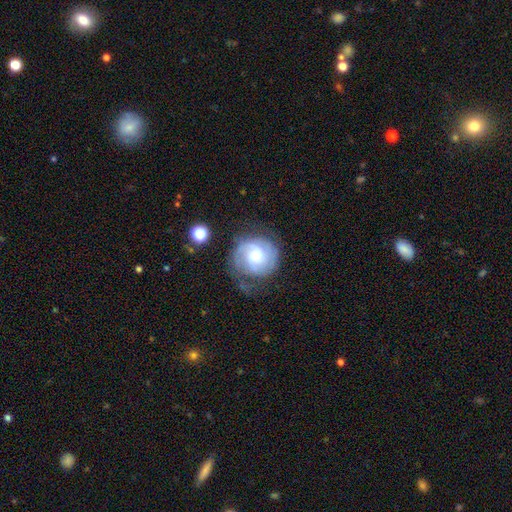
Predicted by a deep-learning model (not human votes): smooth-or-featured: featured or disk: 73% | smooth: 20% | star or artifact: 7%
  disk-edge-on: no: 98% | yes: 2%
    bar: no: 59% | weak: 35% | strong: 6%
    has-spiral-arms: yes: 93% | no: 7%
      spiral-winding: tight: 50% | medium: 38% | loose: 12%
      spiral-arm-count: 2: 53% | can't tell: 22% | 3: 12% | 1: 7% | 4: 3% | more than 4: 3%
    bulge-size: small: 41% | moderate: 35% | large: 13% | none: 8% | dominant: 3%
  merging: none: 56% | minor disturbance: 24% | major disturbance: 18% | merger: 3%